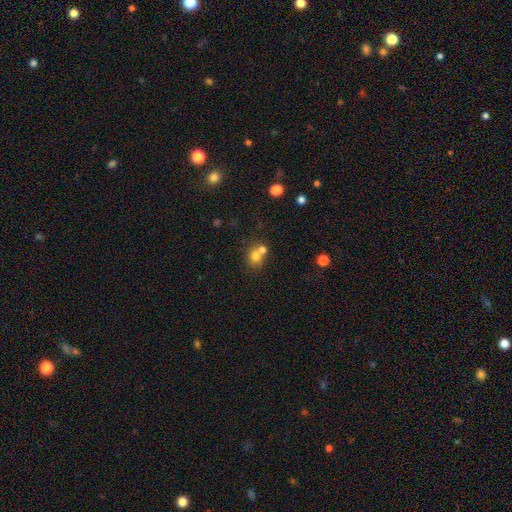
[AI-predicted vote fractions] The model was most divided on "merging": merger: 46%, none: 43%, minor disturbance: 8%, major disturbance: 4%. More confident: smooth or featured — smooth (73%); how rounded — round (73%).